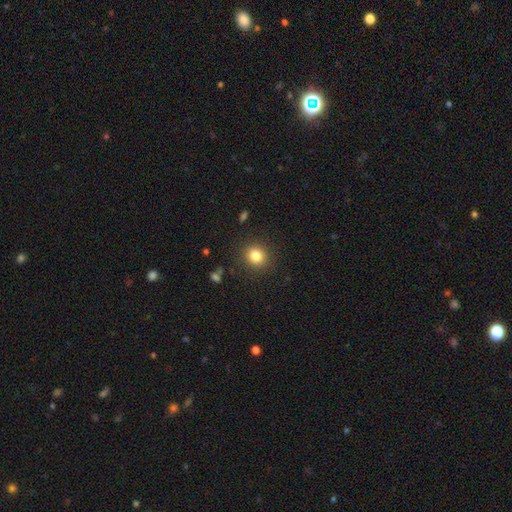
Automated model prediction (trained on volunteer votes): Smooth or featured? Predicted: smooth (p=0.83). How rounded? Predicted: round (p=0.82). Merging? Predicted: none (p=0.88).